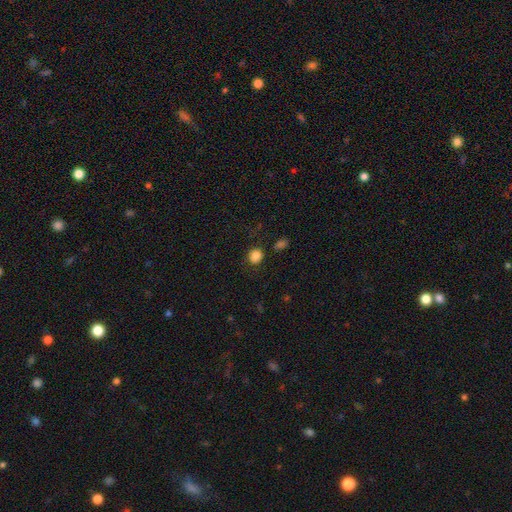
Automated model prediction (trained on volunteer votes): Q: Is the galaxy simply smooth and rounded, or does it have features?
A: smooth — 84%.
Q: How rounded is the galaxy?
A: round — 72%.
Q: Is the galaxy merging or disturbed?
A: none — 76%.